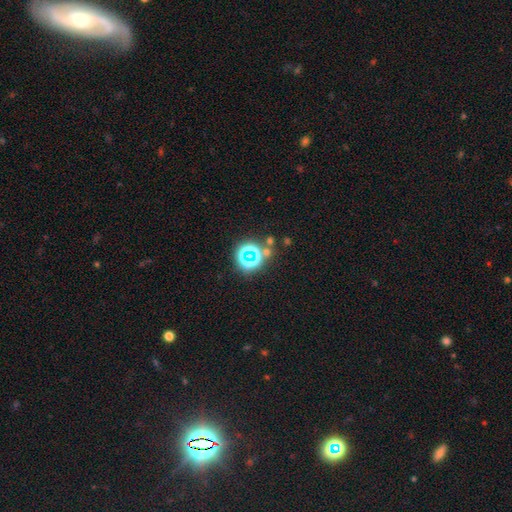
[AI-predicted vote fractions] smooth-or-featured: star or artifact: 69% | smooth: 21% | featured or disk: 10%